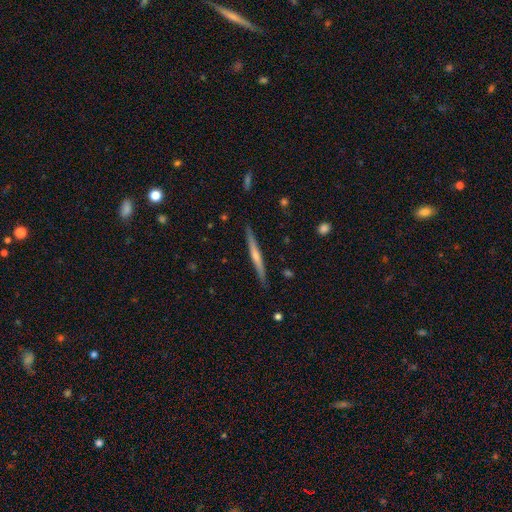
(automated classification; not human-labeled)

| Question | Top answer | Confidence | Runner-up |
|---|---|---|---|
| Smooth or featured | featured or disk | 61% | smooth (33%) |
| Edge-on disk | yes | 98% | no (2%) |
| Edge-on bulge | rounded | 53% | none (39%) |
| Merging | none | 90% | minor disturbance (8%) |